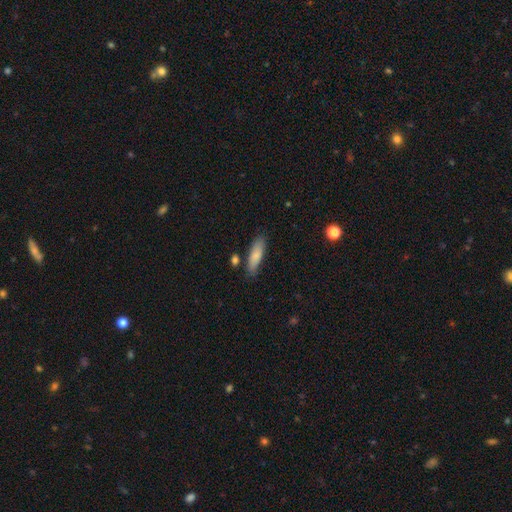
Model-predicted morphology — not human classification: Smooth or featured? smooth (82%)
How rounded? cigar-shaped (54%)
Merging? none (78%)